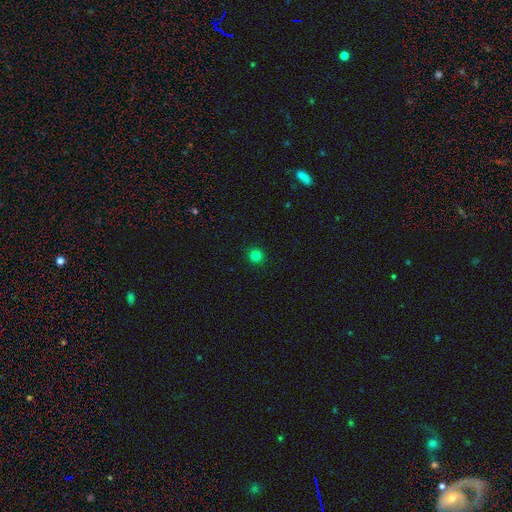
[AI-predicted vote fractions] This is clearly a smooth galaxy (82%). How rounded: clearly round (95%). Merging: clearly none (93%).